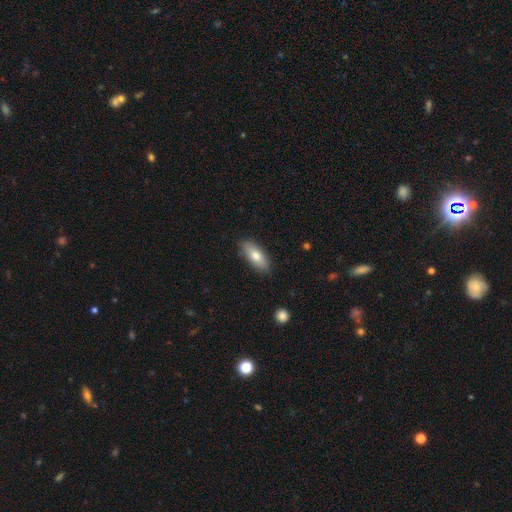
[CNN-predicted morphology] The model was most divided on "how rounded": in between: 79%, cigar-shaped: 19%, round: 2%. More confident: merging — none (86%); smooth or featured — smooth (77%).